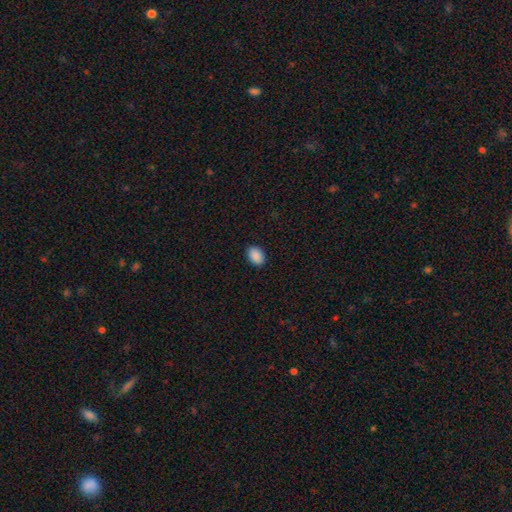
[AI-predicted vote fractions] Q: Smooth or featured?
A: smooth (90%); runner-up: star or artifact (7%)
Q: How rounded?
A: in between (82%); runner-up: round (17%)
Q: Merging?
A: none (90%); runner-up: minor disturbance (7%)